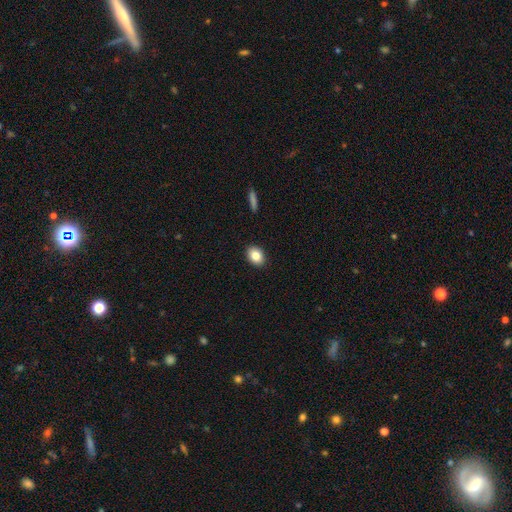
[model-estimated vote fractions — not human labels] Overall: smooth (83%). How rounded: in between (63%; round 36%). Merging: none (91%).